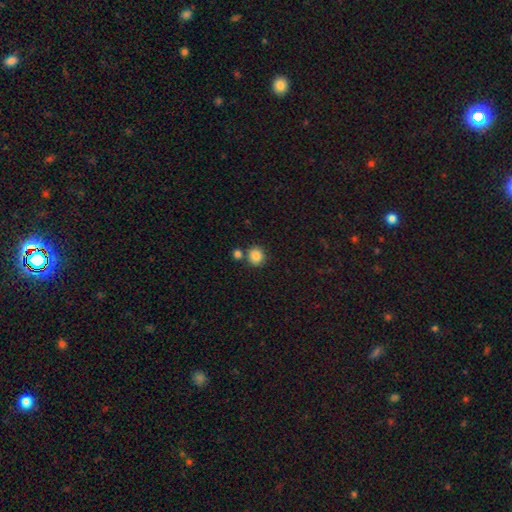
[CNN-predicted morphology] Smooth or featured: smooth — 85% (star or artifact — 10%)
How rounded: round — 86% (in between — 13%)
Merging: none — 75% (merger — 15%)